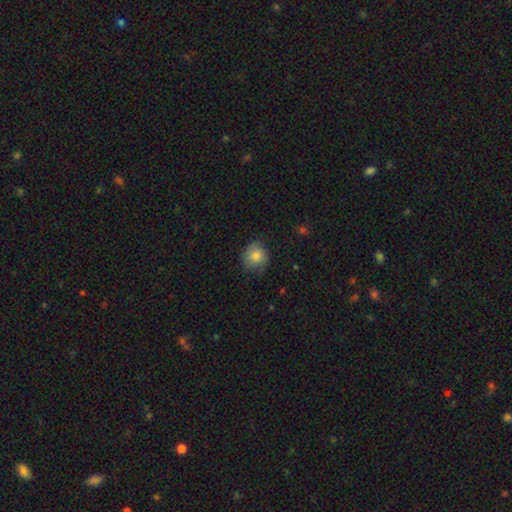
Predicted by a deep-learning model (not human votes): Smooth or featured? Predicted: smooth (p=0.80). How rounded? Predicted: round (p=0.86). Merging? Predicted: none (p=0.72).